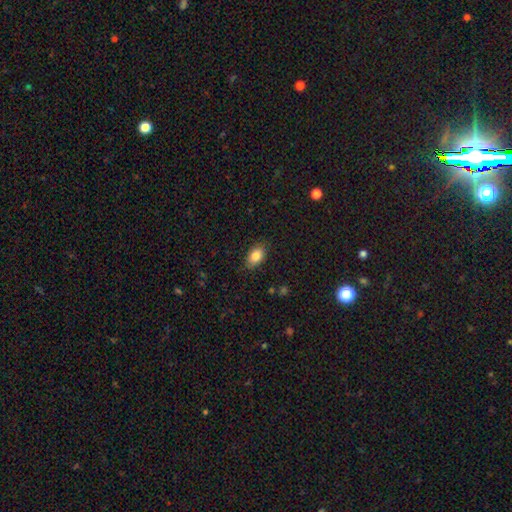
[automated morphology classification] Smooth or featured?
  - smooth: 85% *
  - star or artifact: 8%
  - featured or disk: 7%
How rounded?
  - in between: 88% *
  - round: 10%
  - cigar-shaped: 2%
Merging?
  - none: 85% *
  - minor disturbance: 11%
  - major disturbance: 2%
  - merger: 1%